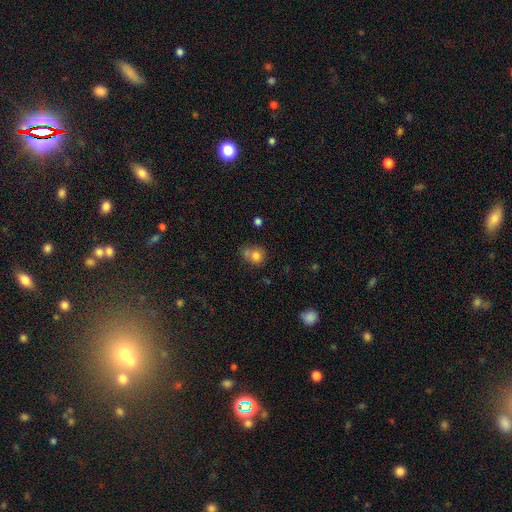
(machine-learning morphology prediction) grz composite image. It shows a smooth galaxy with no disk features (77%) that is round (76%). Merging: none (44%).